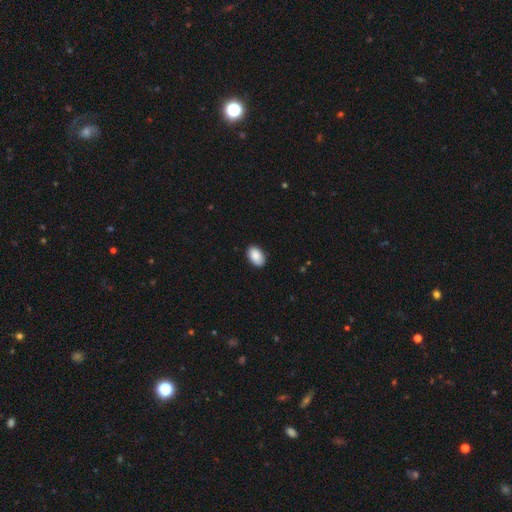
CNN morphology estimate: Smooth or featured: smooth — 90% (star or artifact — 6%)
How rounded: in between — 93% (round — 6%)
Merging: none — 87% (minor disturbance — 10%)